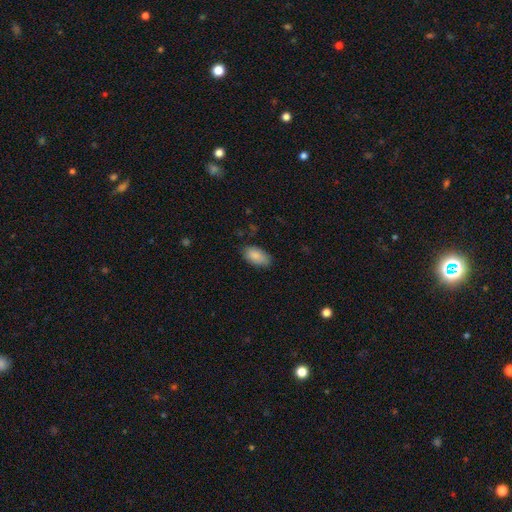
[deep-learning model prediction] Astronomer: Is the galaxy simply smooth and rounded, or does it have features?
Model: smooth — 87%.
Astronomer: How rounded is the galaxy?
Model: in between — 94%.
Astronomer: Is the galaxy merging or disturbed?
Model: none — 76%.